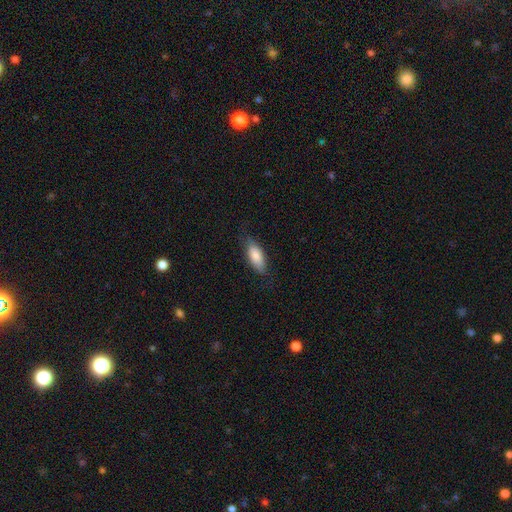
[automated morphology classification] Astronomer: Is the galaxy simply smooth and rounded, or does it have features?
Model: smooth — 81%.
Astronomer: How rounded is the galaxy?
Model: in between — 80%.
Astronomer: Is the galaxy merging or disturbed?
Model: none — 75%.